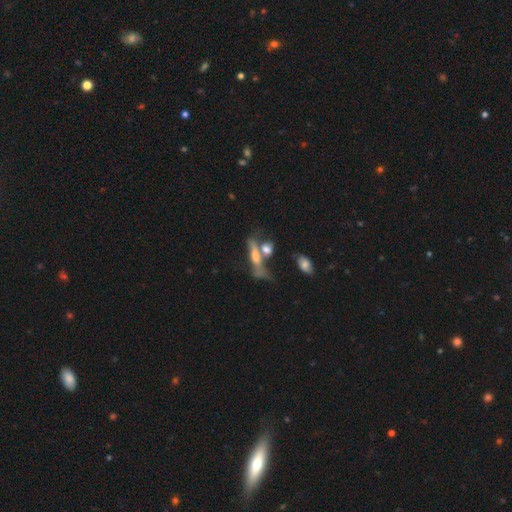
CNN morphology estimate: Overall: featured or disk (48%; smooth 38%). Merging: none (36%; merger 32%).